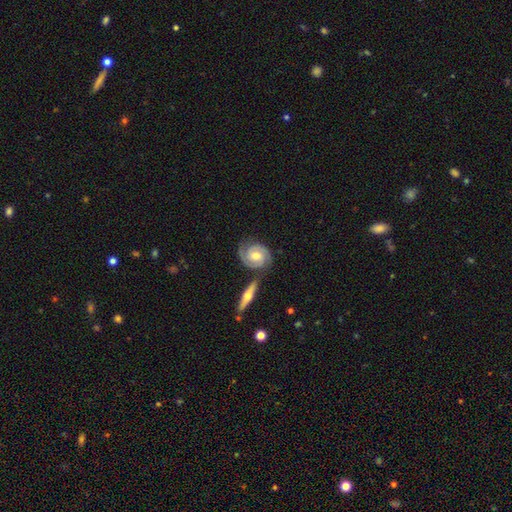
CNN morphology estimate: Smooth or featured: featured or disk — 86% (smooth — 10%)
Edge-on disk: no — 95% (yes — 5%)
Bar: no — 55% (weak — 34%)
Spiral arms: yes — 97% (no — 3%)
Spiral winding: tight — 68% (medium — 28%)
Spiral arm count: 2 — 86% (3 — 6%)
Bulge size: moderate — 70% (small — 21%)
Merging: none — 74% (minor disturbance — 12%)